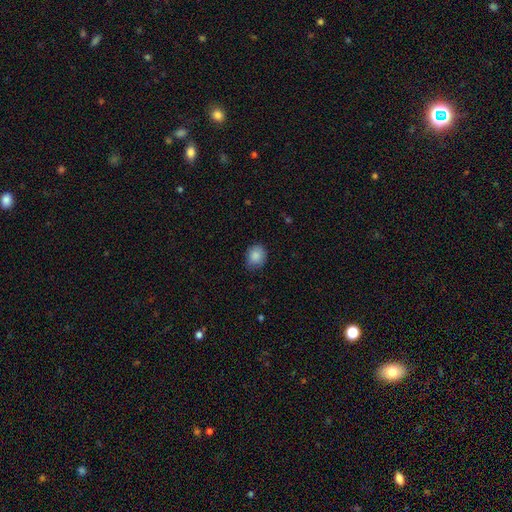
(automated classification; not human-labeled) A smooth galaxy with no disk features (87%) that is round (61%).

Vote fractions:
- Smooth or featured? smooth: 87% / star or artifact: 8% / featured or disk: 4%
- How rounded? round: 61% / in between: 38% / cigar-shaped: 1%
- Merging? none: 77% / minor disturbance: 19% / major disturbance: 3% / merger: 1%